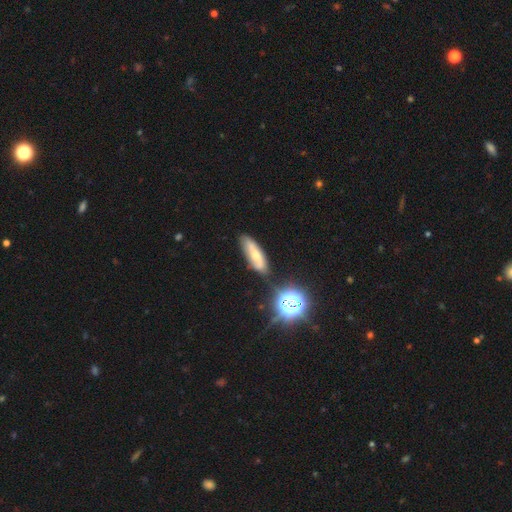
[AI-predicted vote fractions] Morphology: type=smooth (48%); merging=none (62%).